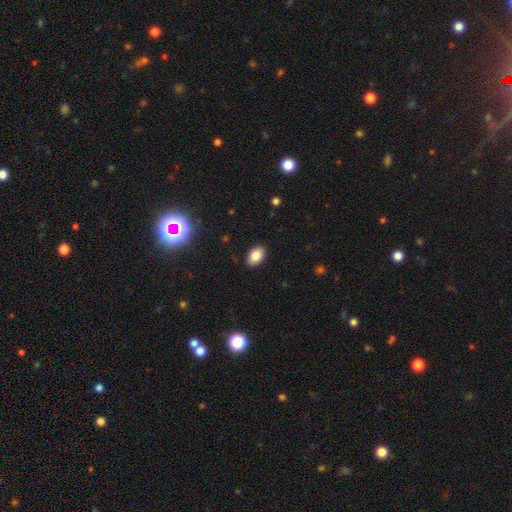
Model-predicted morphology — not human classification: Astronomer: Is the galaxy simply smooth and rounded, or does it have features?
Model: smooth — 84%.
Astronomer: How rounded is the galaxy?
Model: in between — 88%.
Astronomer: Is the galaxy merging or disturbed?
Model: none — 89%.